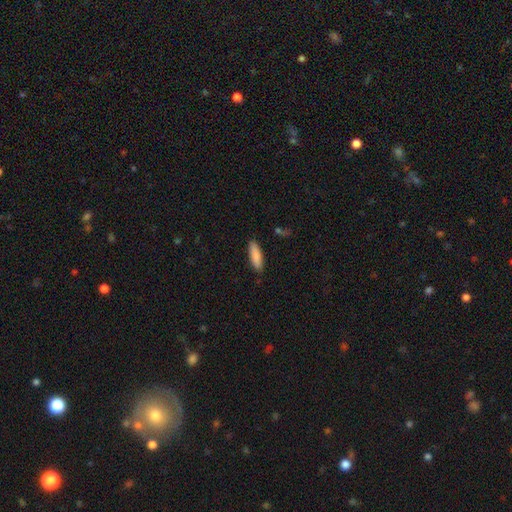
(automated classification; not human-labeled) This is clearly a smooth galaxy (86%). How rounded: possibly cigar-shaped (53%). Merging: clearly none (87%).